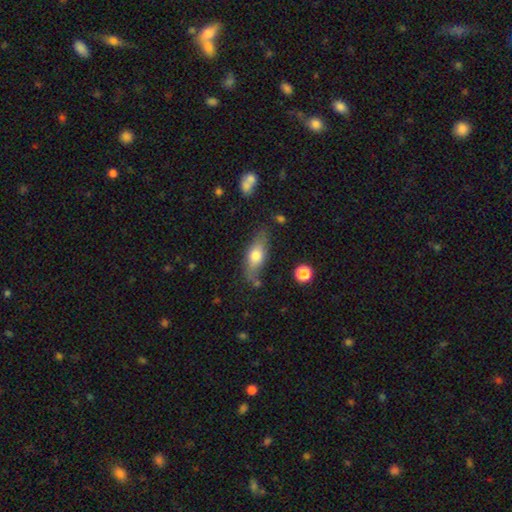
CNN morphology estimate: The model was most divided on "smooth or featured": smooth: 64%, featured or disk: 30%, star or artifact: 7%. More confident: merging — none (69%); how rounded — in between (68%).